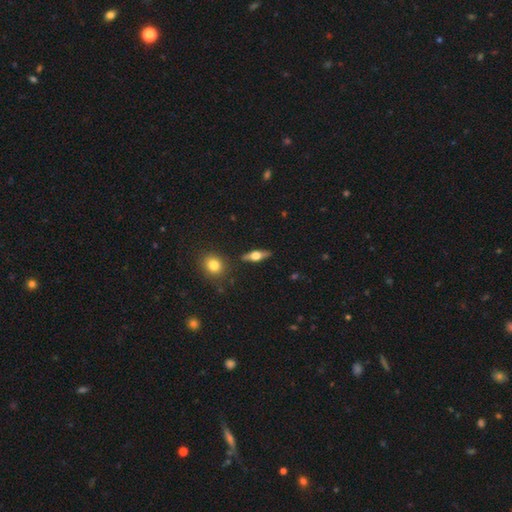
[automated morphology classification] Smooth or featured? Predicted: featured or disk (p=0.61). Edge-on disk? Predicted: yes (p=0.93). Edge-on bulge? Predicted: rounded (p=0.94). Merging? Predicted: none (p=0.86).